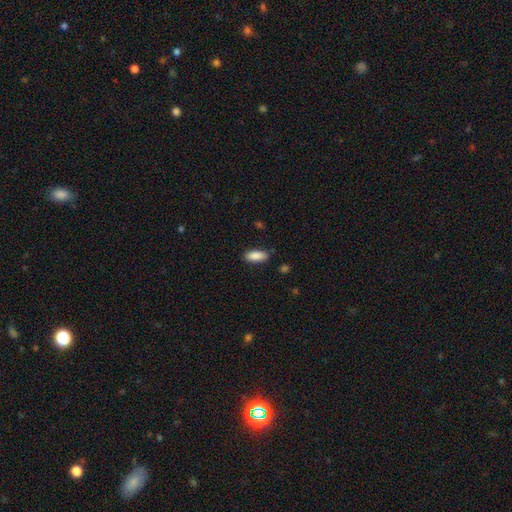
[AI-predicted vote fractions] Smooth or featured: smooth — 89% (star or artifact — 7%)
How rounded: in between — 80% (cigar-shaped — 18%)
Merging: none — 83% (minor disturbance — 13%)